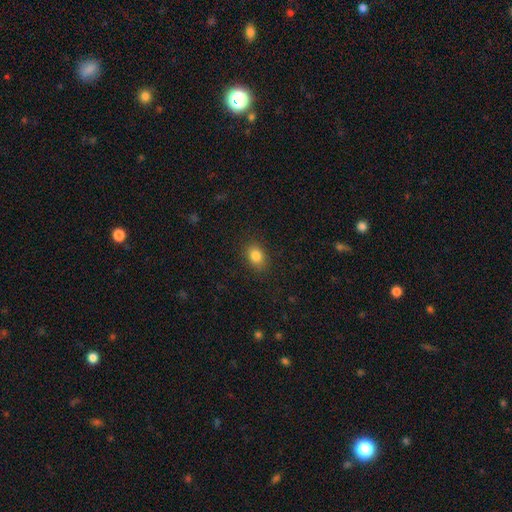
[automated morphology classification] The model was most divided on "how rounded": in between: 64%, round: 35%, cigar-shaped: 1%. More confident: merging — none (87%); smooth or featured — smooth (84%).